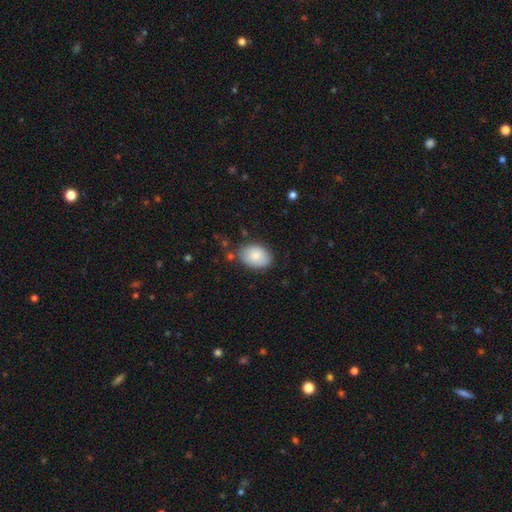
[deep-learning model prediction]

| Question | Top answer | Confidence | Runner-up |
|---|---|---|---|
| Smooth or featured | smooth | 84% | featured or disk (10%) |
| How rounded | in between | 82% | round (17%) |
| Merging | none | 78% | minor disturbance (16%) |